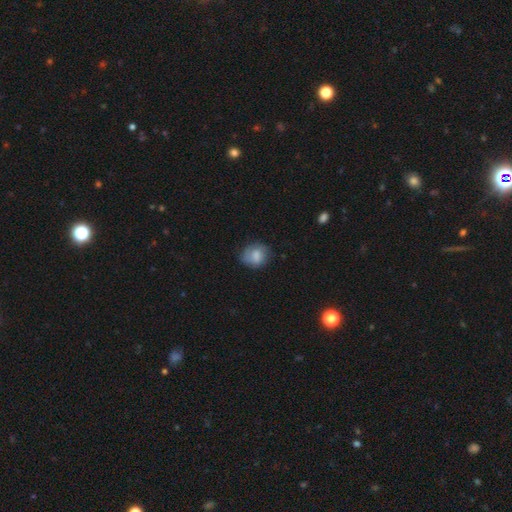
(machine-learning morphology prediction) A smooth galaxy with no disk features (71%) that is round (60%).

Vote fractions:
- Smooth or featured? smooth: 71% / featured or disk: 21% / star or artifact: 8%
- How rounded? round: 60% / in between: 39% / cigar-shaped: 1%
- Merging? none: 64% / minor disturbance: 25% / major disturbance: 9% / merger: 2%